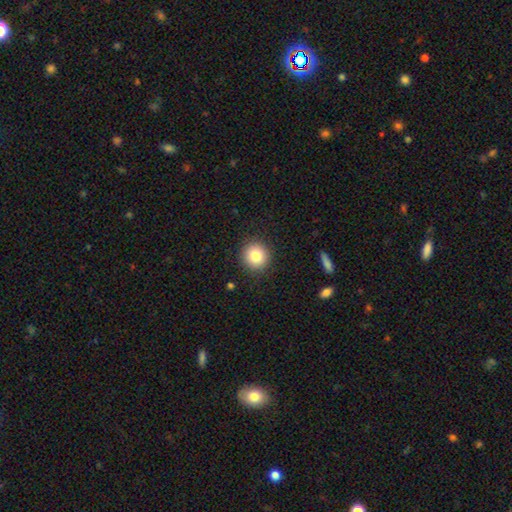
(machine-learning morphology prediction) smooth-or-featured: smooth: 82% | star or artifact: 10% | featured or disk: 8%
  how-rounded: round: 92% | in between: 7% | cigar-shaped: 1%
  merging: none: 90% | minor disturbance: 6% | major disturbance: 2% | merger: 1%